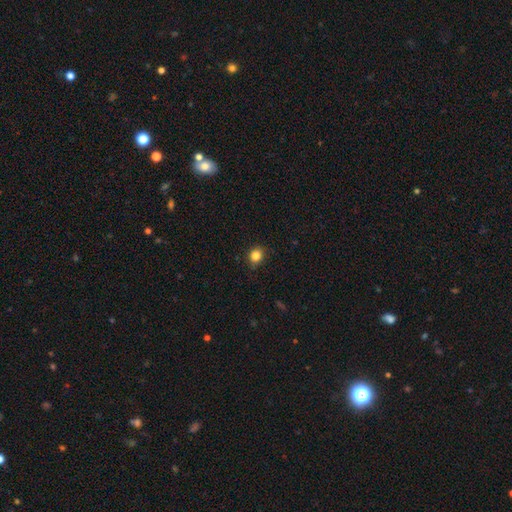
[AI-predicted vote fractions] Smooth or featured?
  - smooth: 84% *
  - star or artifact: 11%
  - featured or disk: 5%
How rounded?
  - round: 73% *
  - in between: 26%
  - cigar-shaped: 1%
Merging?
  - none: 84% *
  - minor disturbance: 13%
  - major disturbance: 2%
  - merger: 1%